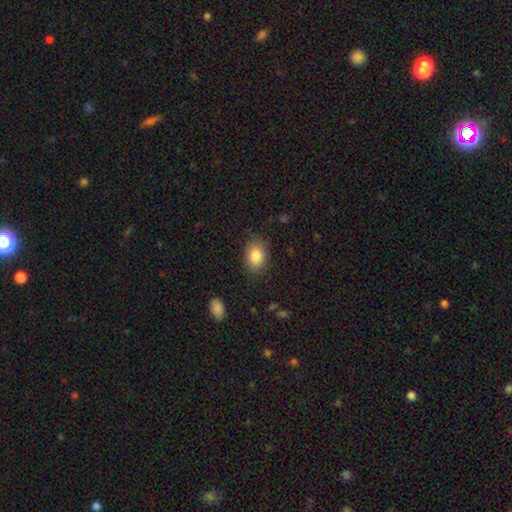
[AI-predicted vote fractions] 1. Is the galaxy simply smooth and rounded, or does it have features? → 86% smooth, 8% star or artifact, 6% featured or disk.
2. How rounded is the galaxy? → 76% in between, 23% round, 1% cigar-shaped.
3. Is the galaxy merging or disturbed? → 81% none, 14% minor disturbance, 4% major disturbance, 1% merger.